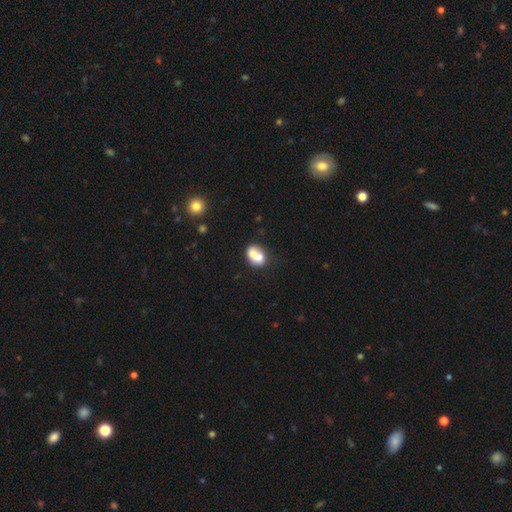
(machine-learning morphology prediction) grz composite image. It shows a smooth galaxy with no disk features (67%) that is in between round and cigar-shaped (66%). Merging: merger (52%).